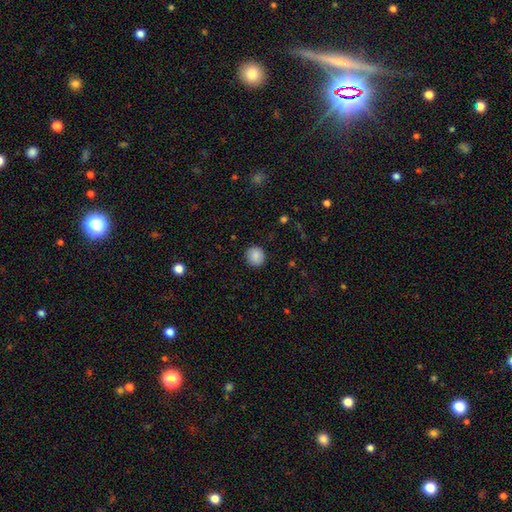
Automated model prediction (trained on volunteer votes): Smooth or featured?
  - smooth: 87% *
  - star or artifact: 8%
  - featured or disk: 5%
How rounded?
  - round: 87% *
  - in between: 12%
  - cigar-shaped: 1%
Merging?
  - none: 89% *
  - minor disturbance: 7%
  - major disturbance: 2%
  - merger: 1%